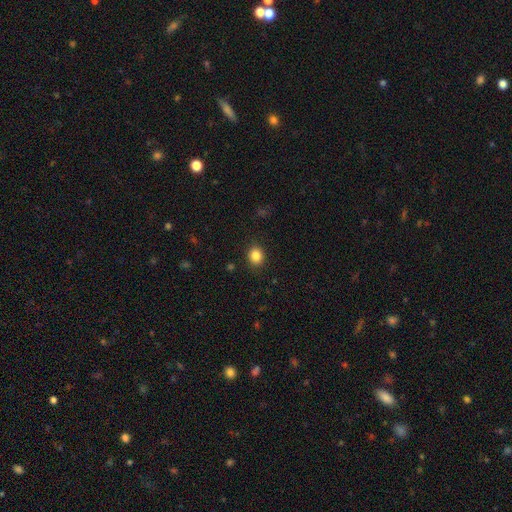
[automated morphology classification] Overall: smooth (86%). How rounded: round (72%). Merging: none (90%).